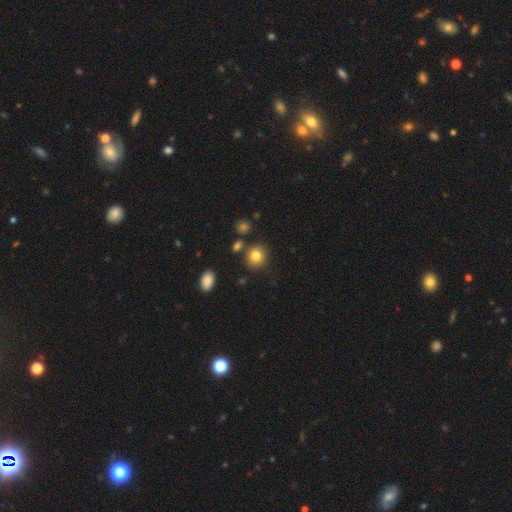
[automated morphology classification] type=smooth (82%); roundness=round (80%); merging=none (80%).